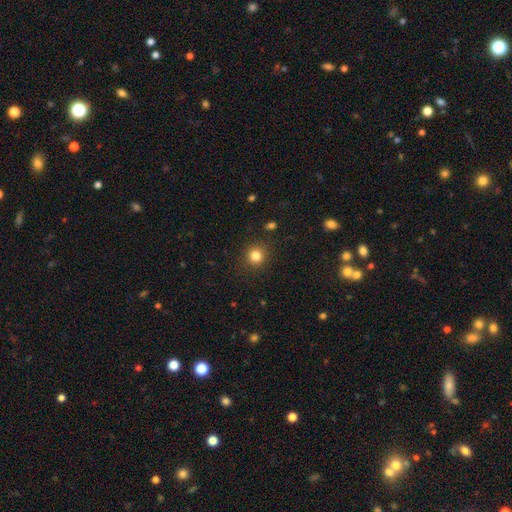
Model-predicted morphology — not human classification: This is clearly a smooth galaxy (81%). How rounded: clearly round (92%). Merging: clearly none (90%).